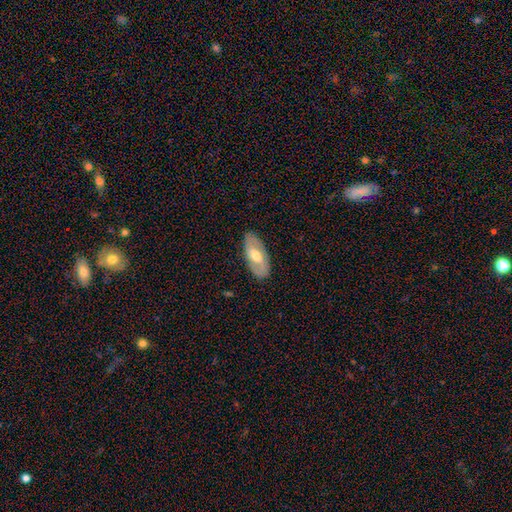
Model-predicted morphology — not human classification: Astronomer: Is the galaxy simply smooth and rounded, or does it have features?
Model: featured or disk — 53% (runner-up: smooth, 41%).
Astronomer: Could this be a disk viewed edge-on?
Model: no — 85%.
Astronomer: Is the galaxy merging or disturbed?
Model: none — 86%.